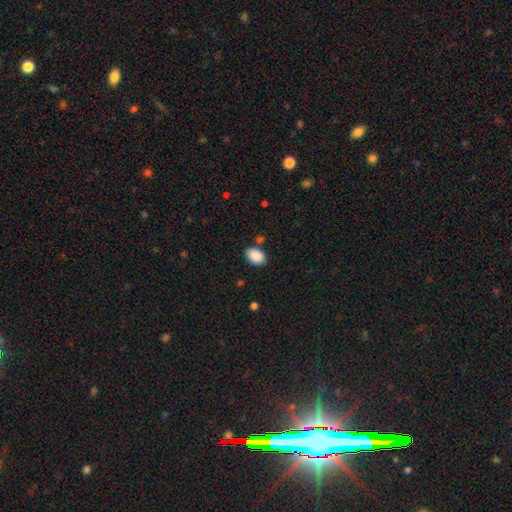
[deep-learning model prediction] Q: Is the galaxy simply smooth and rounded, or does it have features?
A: smooth — 90%.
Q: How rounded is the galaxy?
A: in between — 88%.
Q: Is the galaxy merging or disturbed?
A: none — 80%.